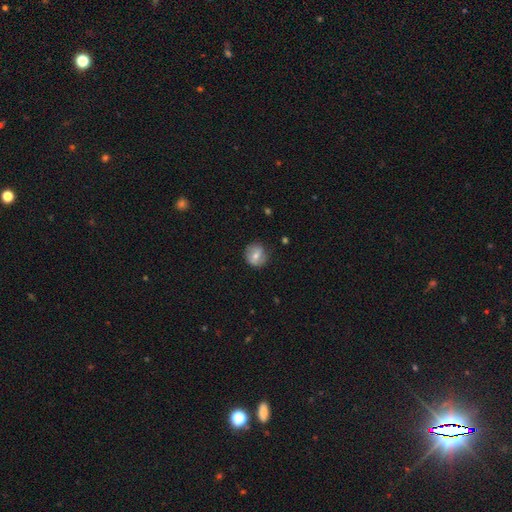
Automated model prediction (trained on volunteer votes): This appears to be a smooth galaxy with no disk features (59%) that is round (86%). Merging: none (78%).